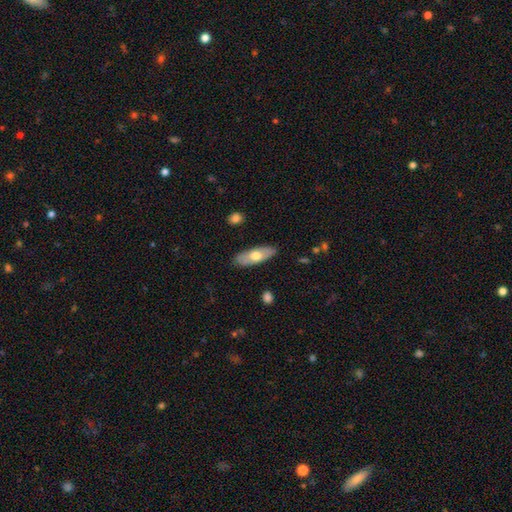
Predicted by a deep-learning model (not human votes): Smooth or featured?
  - smooth: 59% *
  - featured or disk: 36%
  - star or artifact: 5%
How rounded?
  - in between: 70% *
  - cigar-shaped: 27%
  - round: 3%
Merging?
  - none: 86% *
  - minor disturbance: 11%
  - major disturbance: 2%
  - merger: 1%